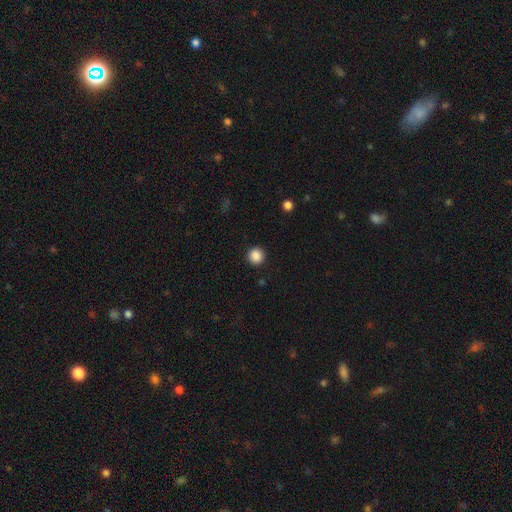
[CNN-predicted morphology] smooth_or_featured: smooth (p=0.87) [alt: star or artifact p=0.10]
how_rounded: round (p=0.92) [alt: in between p=0.07]
merging: none (p=0.91) [alt: minor disturbance p=0.06]